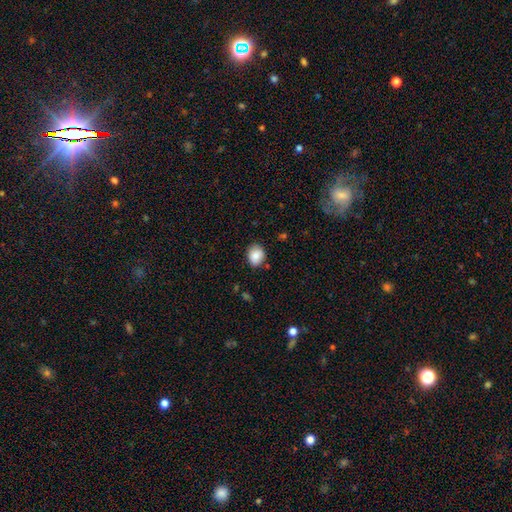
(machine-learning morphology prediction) Smooth or featured? smooth (85%)
How rounded? round (58%)
Merging? none (82%)